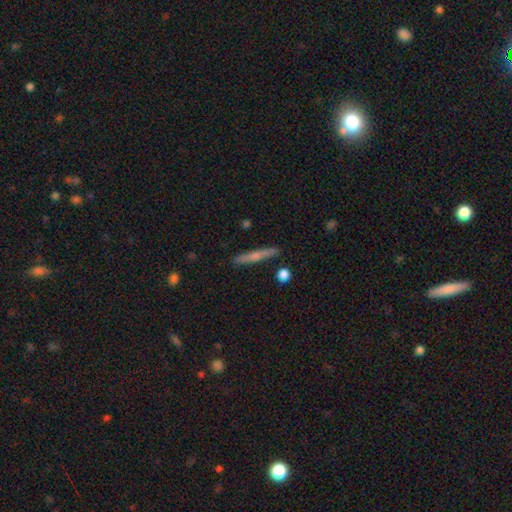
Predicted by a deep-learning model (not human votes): Smooth or featured?
  - smooth: 51% *
  - featured or disk: 42%
  - star or artifact: 7%
How rounded?
  - cigar-shaped: 94% *
  - in between: 4%
  - round: 2%
Merging?
  - none: 88% *
  - minor disturbance: 8%
  - merger: 2%
  - major disturbance: 2%